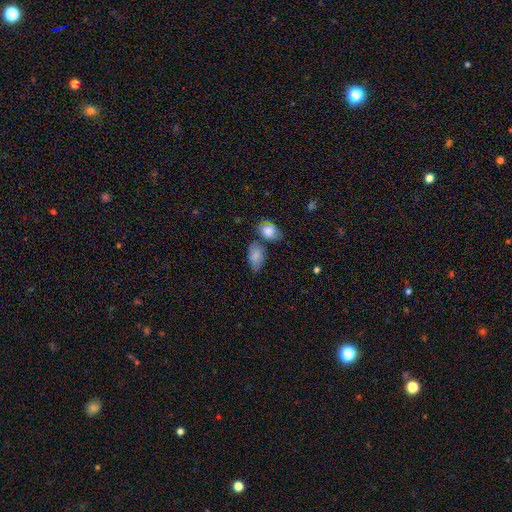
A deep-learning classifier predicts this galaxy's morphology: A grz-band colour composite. It shows a smooth galaxy with no disk features (82%) that is in between round and cigar-shaped (90%). Merging: none (48%).